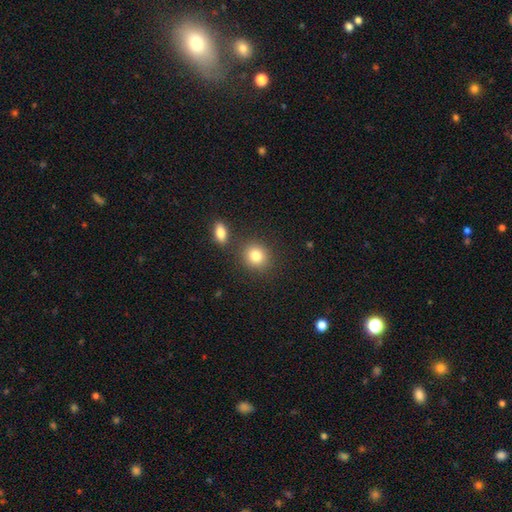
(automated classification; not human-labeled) A smooth galaxy with no disk features (82%) that is round (78%).

Vote fractions:
- Smooth or featured? smooth: 82% / star or artifact: 10% / featured or disk: 8%
- How rounded? round: 78% / in between: 21% / cigar-shaped: 1%
- Merging? none: 77% / merger: 11% / minor disturbance: 9% / major disturbance: 3%